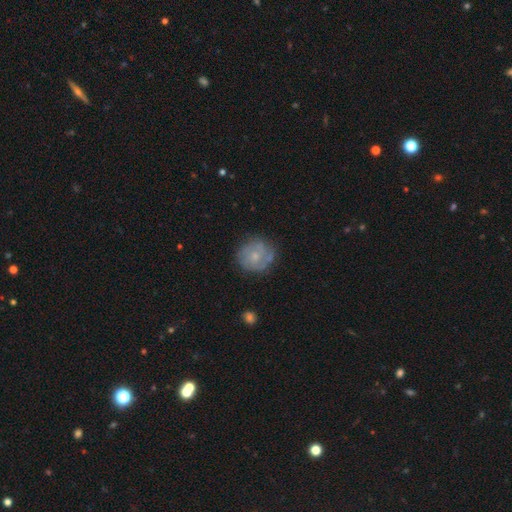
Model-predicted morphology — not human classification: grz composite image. It shows a smooth galaxy with no disk features (46%). Merging: none (68%).